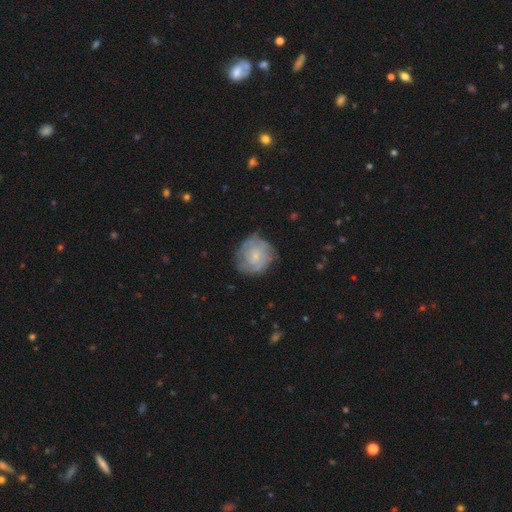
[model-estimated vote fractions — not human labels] This appears to be a featured or disk galaxy (63%) with no bar (78%), tight (65%) spiral arms (83%) and a small central bulge (70%). Merging: none (71%).